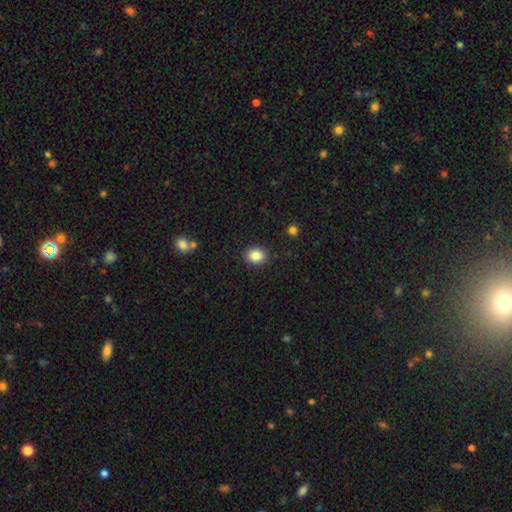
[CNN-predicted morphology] Smooth or featured: smooth — 86% (star or artifact — 9%)
How rounded: round — 56% (in between — 43%)
Merging: none — 89% (minor disturbance — 7%)